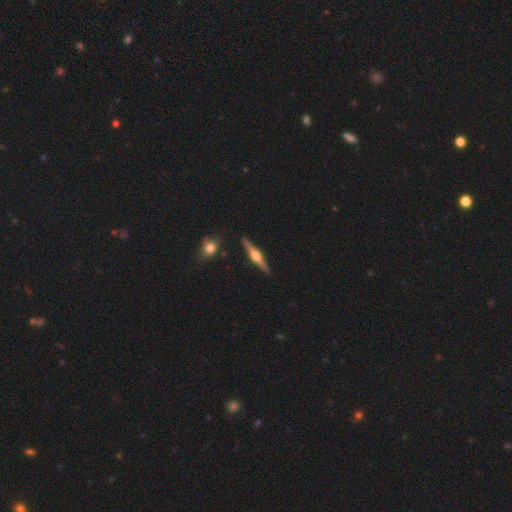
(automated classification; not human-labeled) Q: Smooth or featured?
A: featured or disk (74%); runner-up: smooth (21%)
Q: Edge-on disk?
A: yes (98%); runner-up: no (2%)
Q: Edge-on bulge?
A: rounded (94%); runner-up: boxy (4%)
Q: Merging?
A: none (91%); runner-up: minor disturbance (6%)